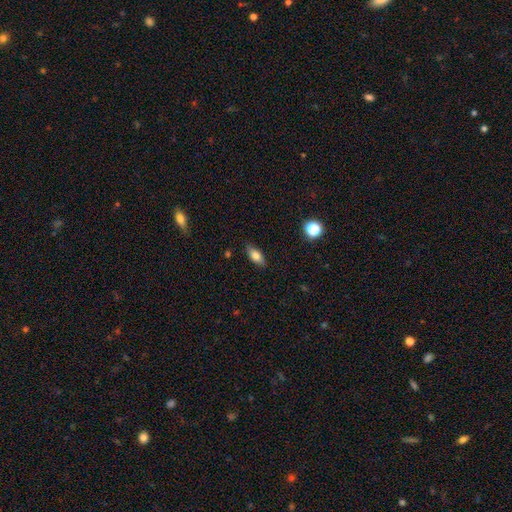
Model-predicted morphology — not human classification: Q: Smooth or featured?
A: smooth (77%); runner-up: featured or disk (14%)
Q: How rounded?
A: in between (83%); runner-up: cigar-shaped (13%)
Q: Merging?
A: none (86%); runner-up: minor disturbance (11%)